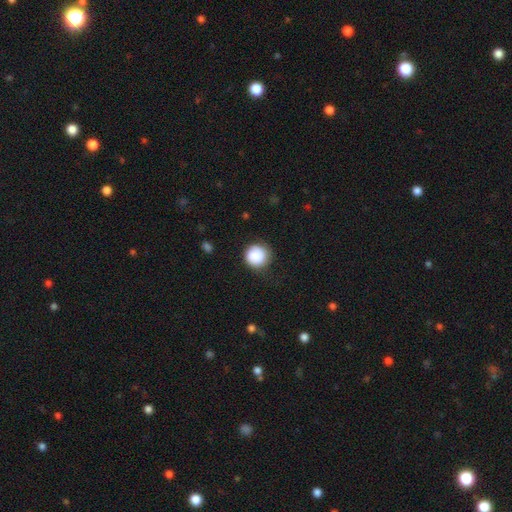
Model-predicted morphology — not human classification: Smooth or featured? smooth (86%)
How rounded? round (93%)
Merging? none (76%)